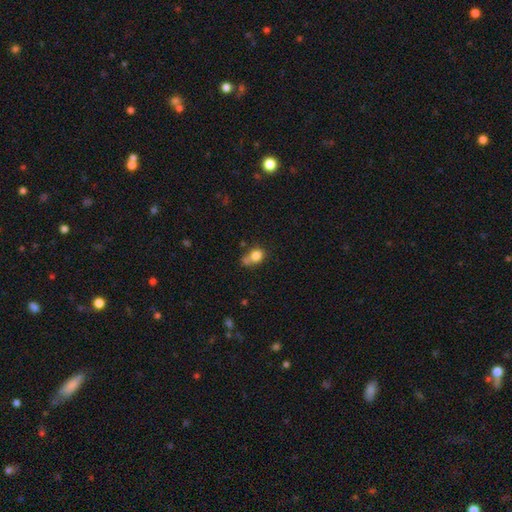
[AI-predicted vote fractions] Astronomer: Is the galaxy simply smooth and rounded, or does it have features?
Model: smooth — 80%.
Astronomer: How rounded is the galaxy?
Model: round — 69%.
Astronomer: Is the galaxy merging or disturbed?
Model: none — 44% (runner-up: merger, 30%).